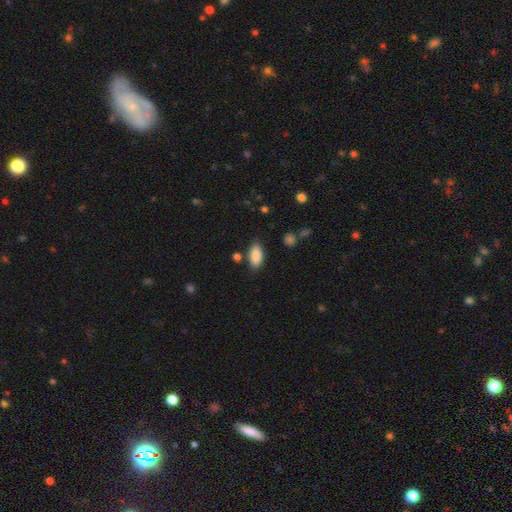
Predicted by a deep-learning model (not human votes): A smooth galaxy with no disk features (88%) that is in between round and cigar-shaped (91%). Merging: none (80%).